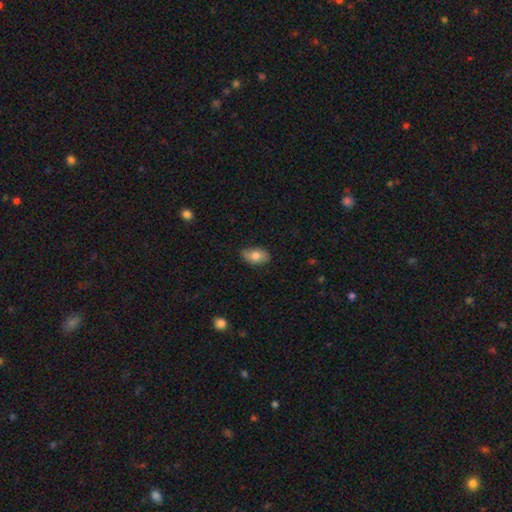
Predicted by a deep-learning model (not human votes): A smooth galaxy with no disk features (78%) that is in between round and cigar-shaped (91%). Merging: none (81%).